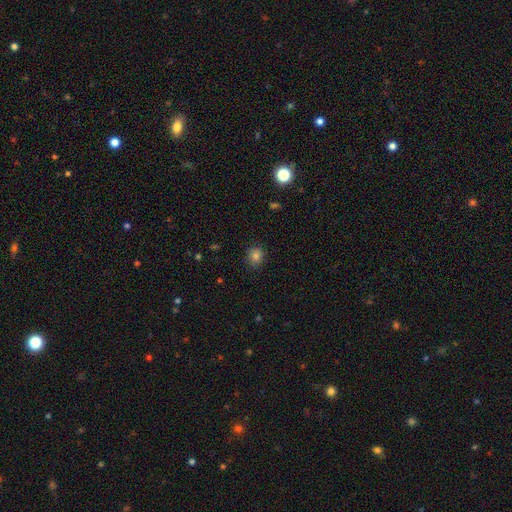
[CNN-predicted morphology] Smooth or featured? Predicted: smooth (p=0.82). How rounded? Predicted: round (p=0.77). Merging? Predicted: none (p=0.86).